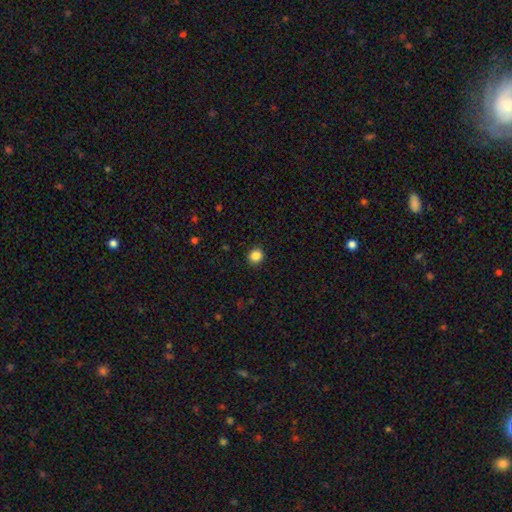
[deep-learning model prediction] Overall: smooth (86%). How rounded: round (86%). Merging: none (92%).